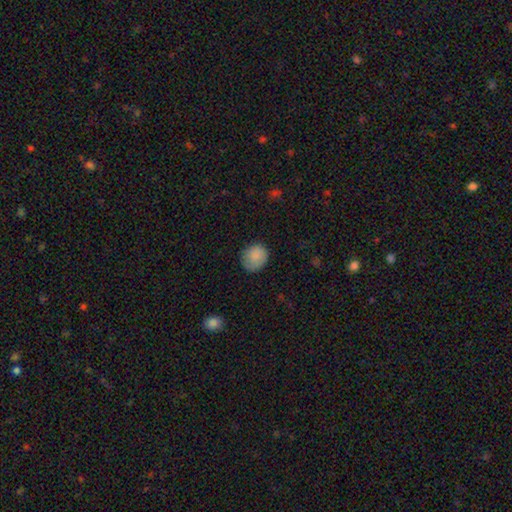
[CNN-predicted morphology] Overall: smooth (84%). How rounded: round (80%). Merging: none (73%).